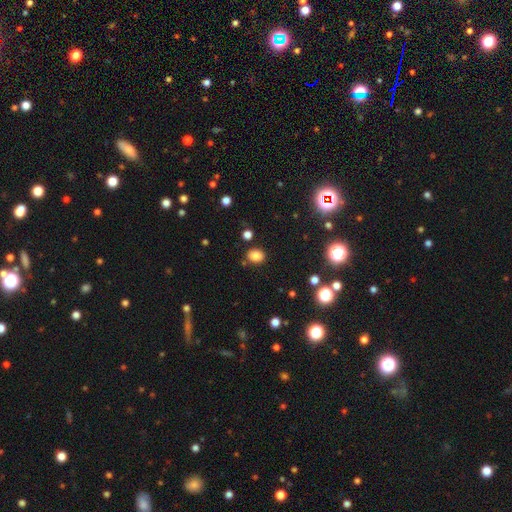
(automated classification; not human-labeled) A smooth galaxy with no disk features (82%) that is in between round and cigar-shaped (59%). Merging: none (82%).